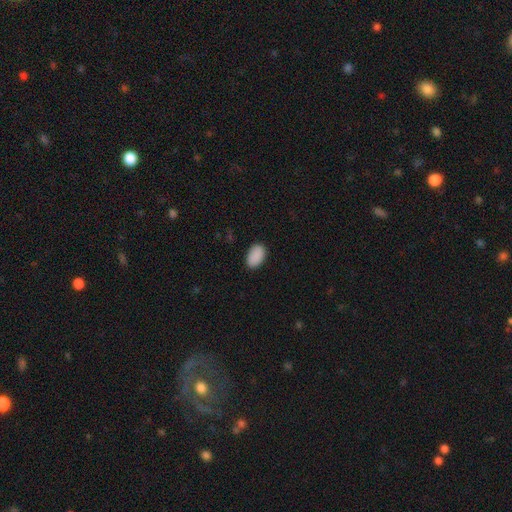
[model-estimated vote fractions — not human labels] This is clearly a smooth galaxy (90%). How rounded: clearly in between (92%). Merging: clearly none (87%).